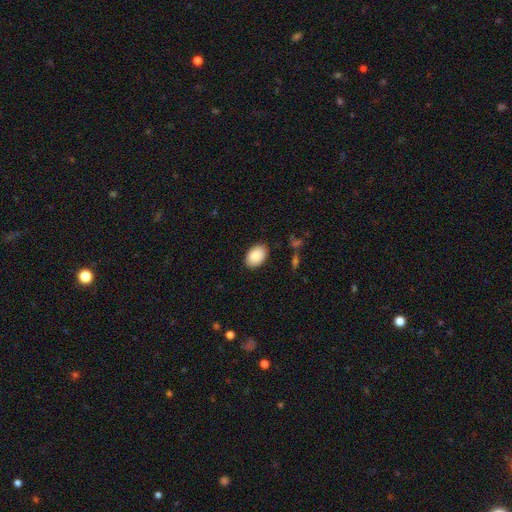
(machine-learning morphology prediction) A smooth galaxy with no disk features (89%) that is in between round and cigar-shaped (87%). Merging: none (88%).